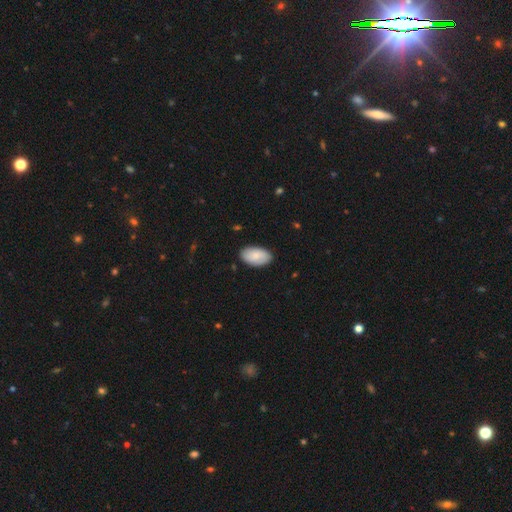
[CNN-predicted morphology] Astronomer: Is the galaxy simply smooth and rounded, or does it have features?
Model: smooth — 81%.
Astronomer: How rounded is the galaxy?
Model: in between — 95%.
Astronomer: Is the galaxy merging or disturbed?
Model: none — 86%.